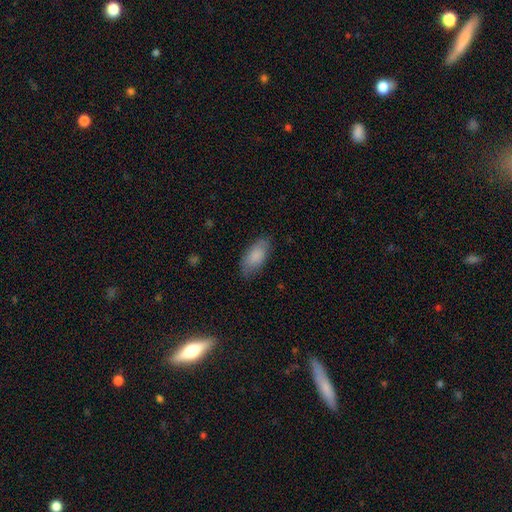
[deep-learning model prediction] smooth_or_featured: smooth (p=0.85) [alt: featured or disk p=0.09]
how_rounded: in between (p=0.89) [alt: cigar-shaped p=0.09]
merging: none (p=0.79) [alt: minor disturbance p=0.16]